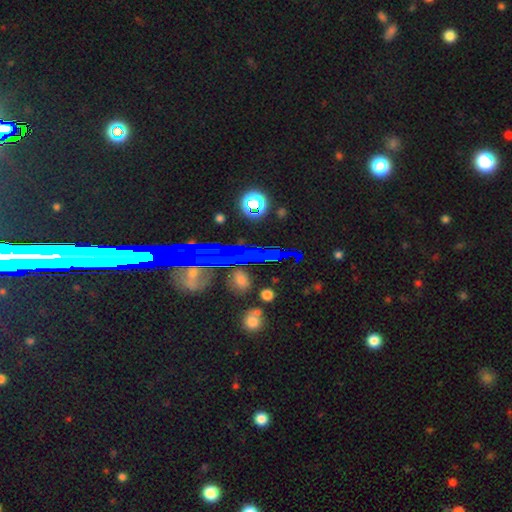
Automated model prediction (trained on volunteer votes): Morphology: type=star or artifact (67%).